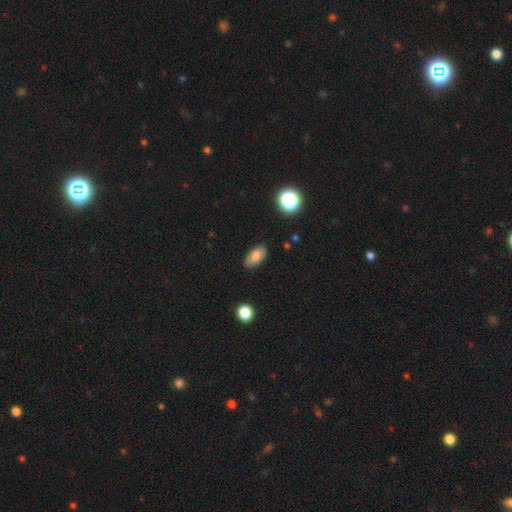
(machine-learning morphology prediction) type=smooth (71%); roundness=in between (92%); merging=none (84%).